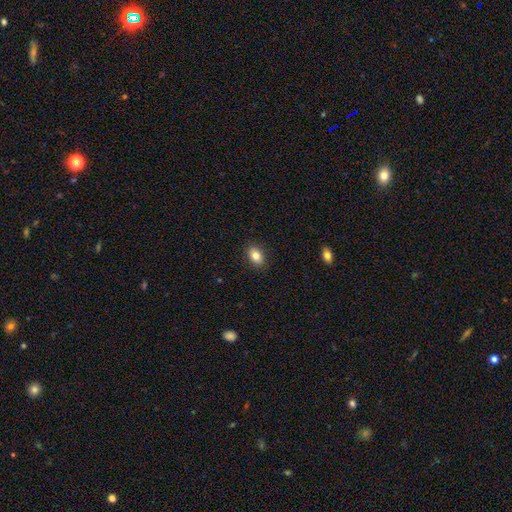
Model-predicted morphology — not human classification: The model was most divided on "how rounded": in between: 85%, round: 13%, cigar-shaped: 2%. More confident: merging — none (88%); smooth or featured — smooth (82%).